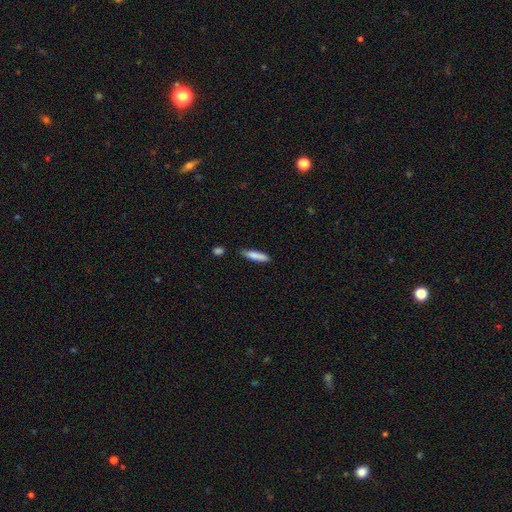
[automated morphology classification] Q: Smooth or featured?
A: smooth (82%); runner-up: featured or disk (12%)
Q: How rounded?
A: cigar-shaped (81%); runner-up: in between (17%)
Q: Merging?
A: none (82%); runner-up: minor disturbance (12%)